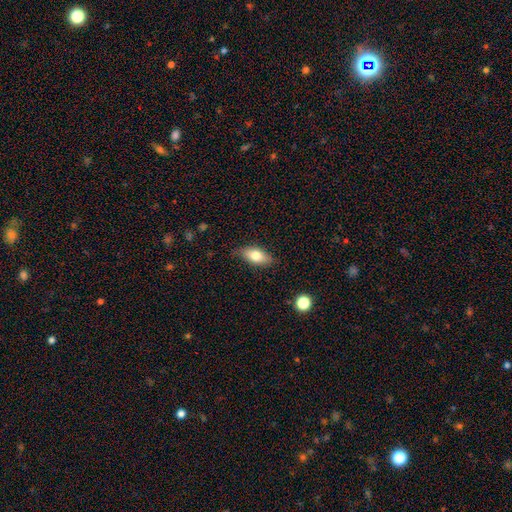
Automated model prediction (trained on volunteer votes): This appears to be a smooth galaxy with no disk features (75%) that is in between round and cigar-shaped (86%). Merging: none (81%).